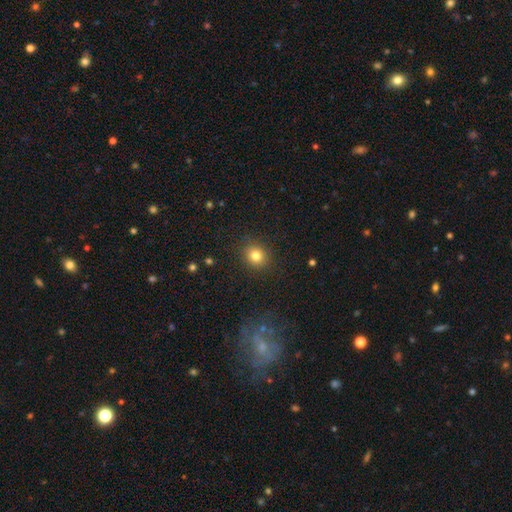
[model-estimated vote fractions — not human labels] Q: Smooth or featured?
A: smooth (81%); runner-up: star or artifact (12%)
Q: How rounded?
A: round (75%); runner-up: in between (24%)
Q: Merging?
A: none (89%); runner-up: minor disturbance (8%)